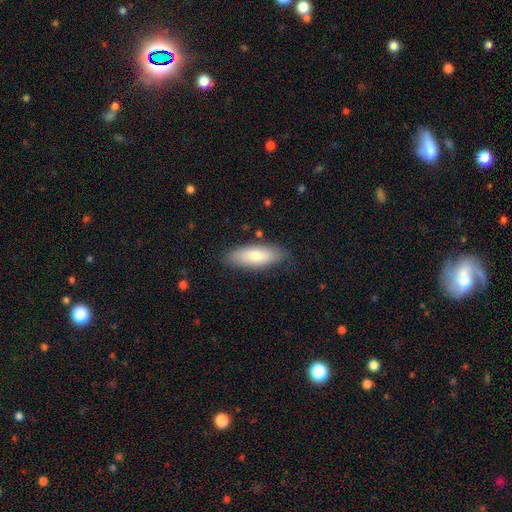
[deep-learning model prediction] Smooth or featured: smooth — 72% (featured or disk — 22%)
How rounded: in between — 68% (cigar-shaped — 30%)
Merging: none — 81% (minor disturbance — 15%)